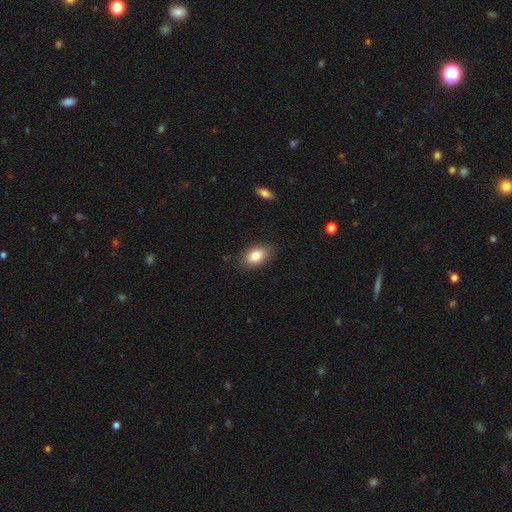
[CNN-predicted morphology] Smooth or featured: smooth — 83% (featured or disk — 9%)
How rounded: in between — 89% (round — 10%)
Merging: none — 86% (minor disturbance — 11%)